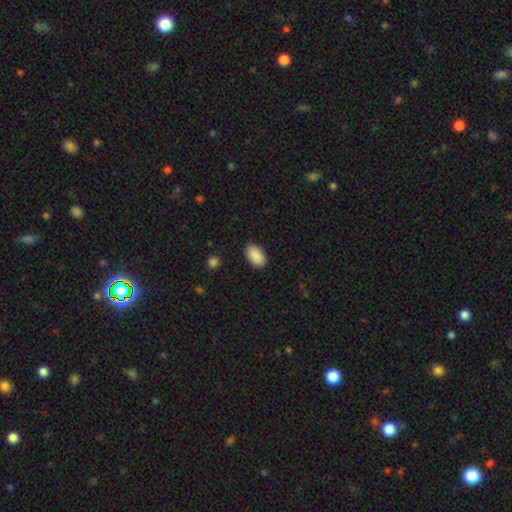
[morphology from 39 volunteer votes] Overall: smooth (95%). How rounded: in between (100%). Merging: none (89%).